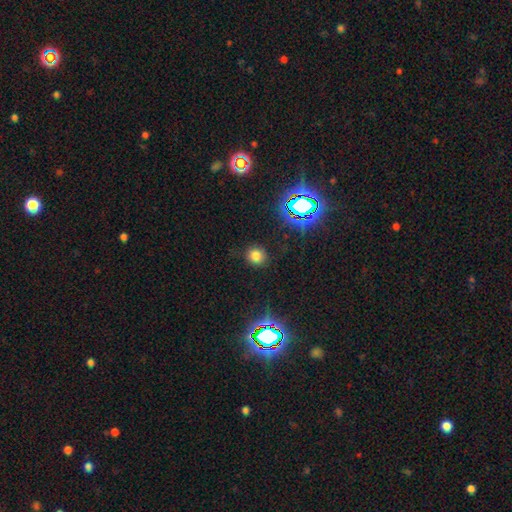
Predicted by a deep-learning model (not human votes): This appears to be a smooth galaxy with no disk features (72%) that is round (85%). Merging: none (86%).